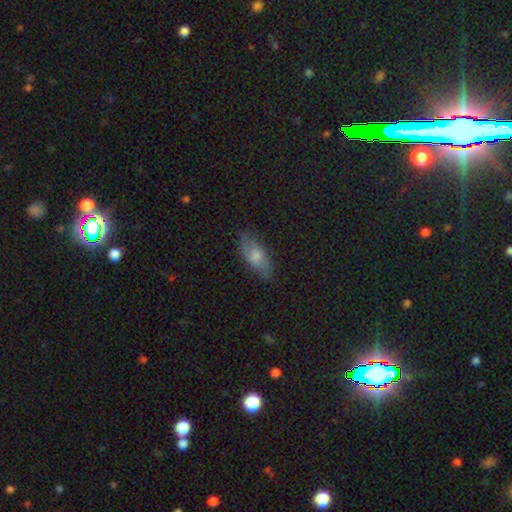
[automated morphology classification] Smooth or featured: smooth — 58% (featured or disk — 31%)
How rounded: in between — 79% (cigar-shaped — 17%)
Merging: none — 78% (minor disturbance — 16%)